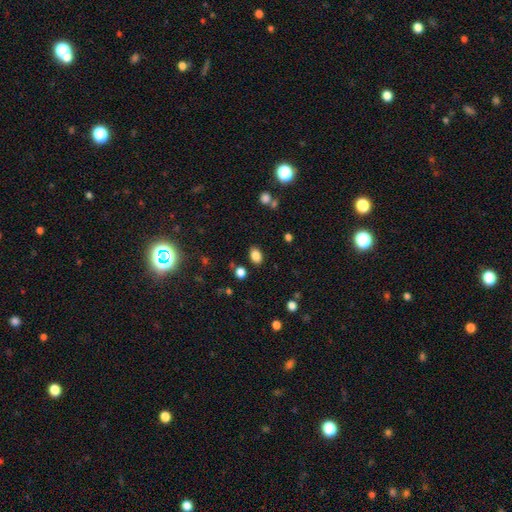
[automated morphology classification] Smooth or featured? smooth (85%)
How rounded? in between (82%)
Merging? none (84%)